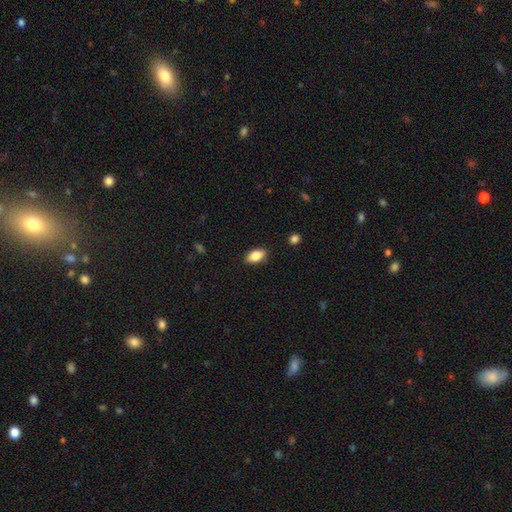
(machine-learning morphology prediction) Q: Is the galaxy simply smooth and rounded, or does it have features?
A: smooth — 84%.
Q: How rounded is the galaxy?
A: in between — 90%.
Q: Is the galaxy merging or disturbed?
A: none — 82%.